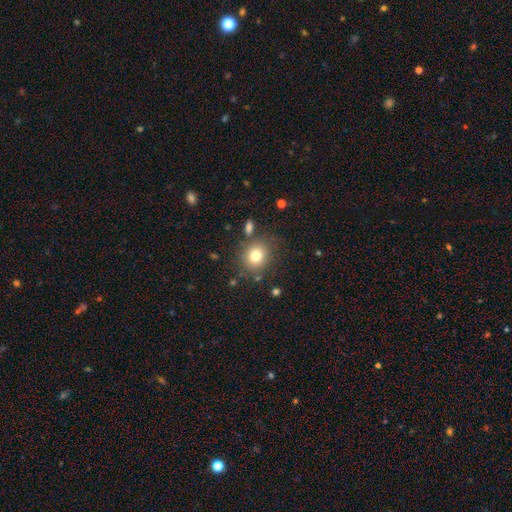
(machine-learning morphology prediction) A smooth galaxy with no disk features (79%) that is round (77%).

Vote fractions:
- Smooth or featured? smooth: 79% / star or artifact: 12% / featured or disk: 10%
- How rounded? round: 77% / in between: 22% / cigar-shaped: 1%
- Merging? none: 76% / minor disturbance: 12% / merger: 6% / major disturbance: 5%